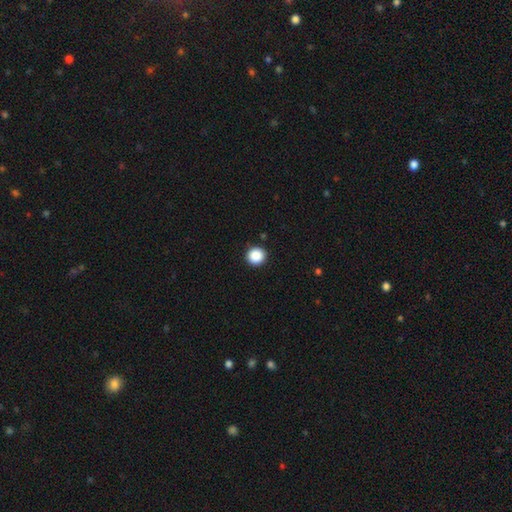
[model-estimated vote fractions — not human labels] A smooth galaxy with no disk features (88%) that is round (96%). Merging: none (93%).